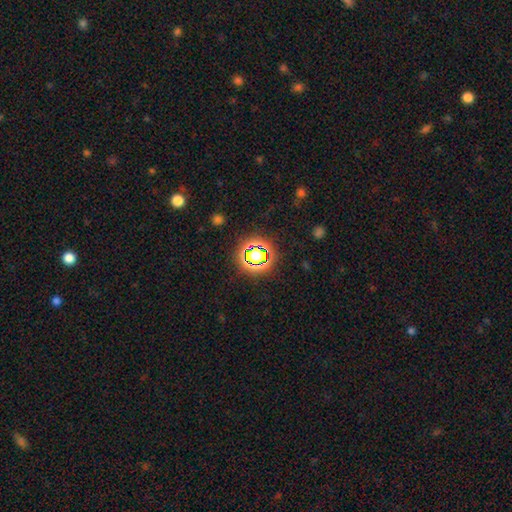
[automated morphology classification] A star or artifact, not a galaxy (63%).

Vote fractions:
- Smooth or featured? star or artifact: 63% / smooth: 26% / featured or disk: 11%